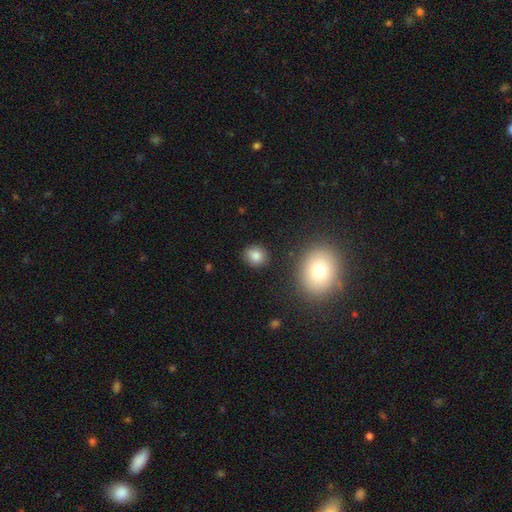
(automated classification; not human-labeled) Smooth or featured? Predicted: smooth (p=0.83). How rounded? Predicted: round (p=0.77). Merging? Predicted: none (p=0.86).